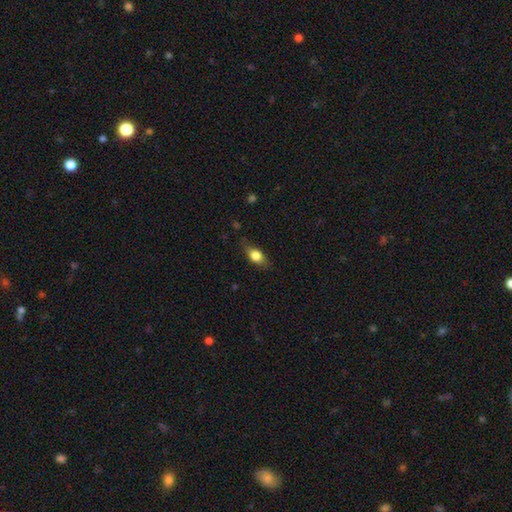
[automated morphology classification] smooth 75%, featured or disk 17%, star or artifact 8%. Down the decision tree: how rounded — in between (76%); merging — none (75%).